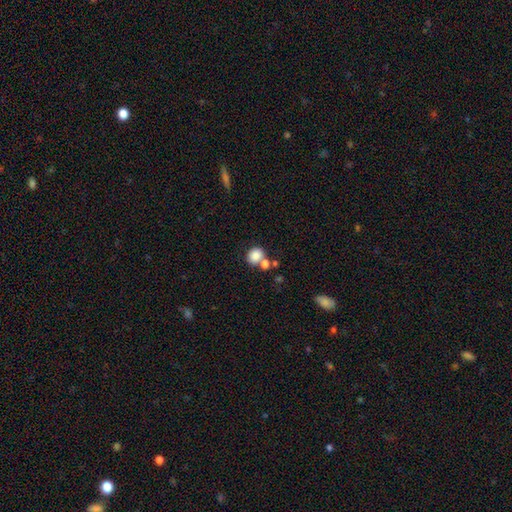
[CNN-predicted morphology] smooth_or_featured: smooth (p=0.83) [alt: star or artifact p=0.10]
how_rounded: round (p=0.64) [alt: in between p=0.35]
merging: none (p=0.52) [alt: merger p=0.31]